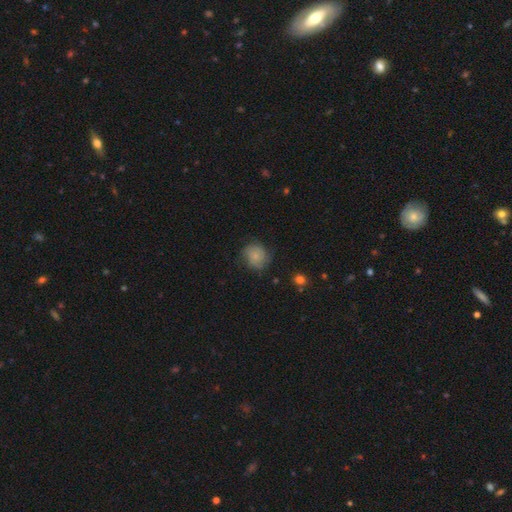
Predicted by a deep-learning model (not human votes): The model was most divided on "merging": none: 69%, minor disturbance: 23%, major disturbance: 7%, merger: 1%. More confident: how rounded — round (81%); smooth or featured — smooth (73%).